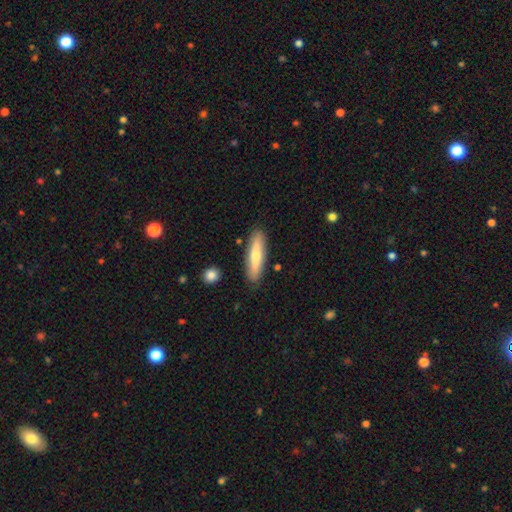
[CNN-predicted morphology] Q: Smooth or featured?
A: smooth (60%); runner-up: featured or disk (34%)
Q: How rounded?
A: cigar-shaped (79%); runner-up: in between (19%)
Q: Merging?
A: none (88%); runner-up: minor disturbance (9%)